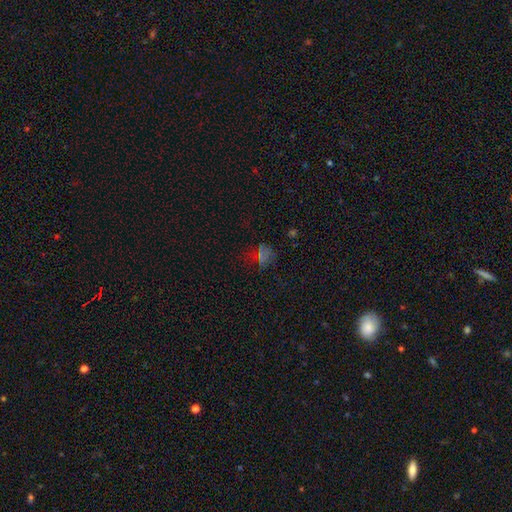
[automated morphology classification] Smooth or featured? star or artifact (48%)